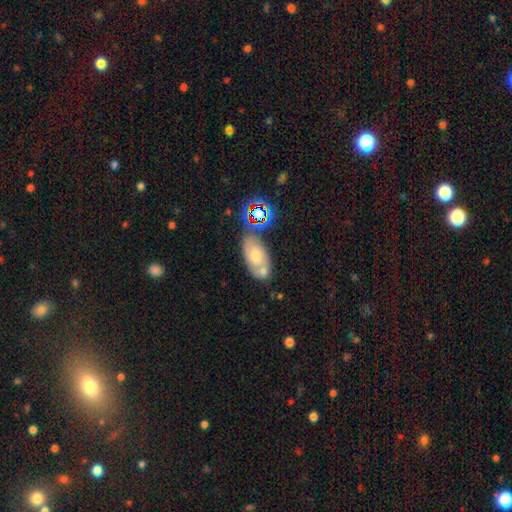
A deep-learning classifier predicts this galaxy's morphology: This is possibly a smooth galaxy (53%). How rounded: clearly in between (89%). Merging: possibly none (51%).